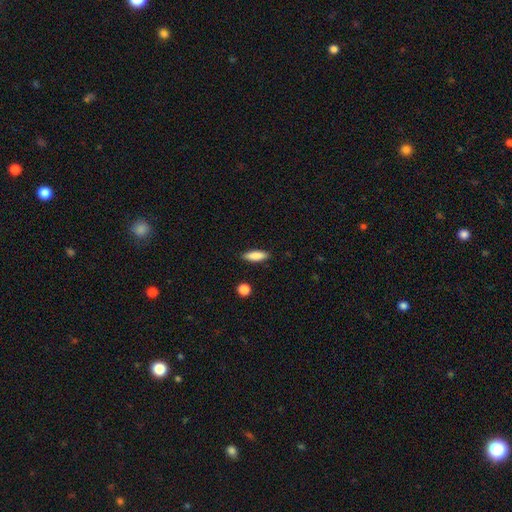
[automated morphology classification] Smooth or featured: smooth — 85% (featured or disk — 8%)
How rounded: in between — 49% (tied with cigar-shaped — 49%)
Merging: none — 88% (minor disturbance — 9%)